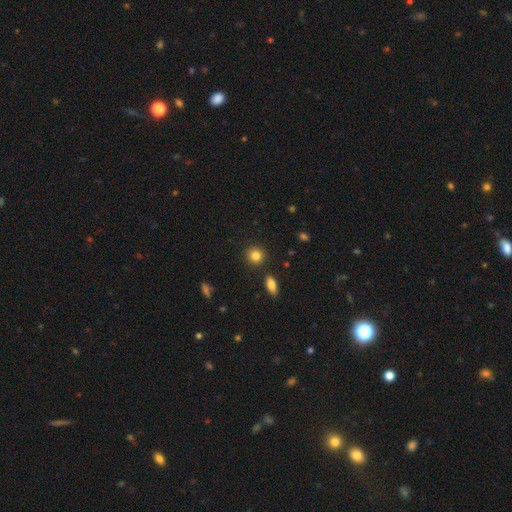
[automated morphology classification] smooth_or_featured: smooth (p=0.85) [alt: star or artifact p=0.10]
how_rounded: round (p=0.88) [alt: in between p=0.11]
merging: none (p=0.88) [alt: minor disturbance p=0.07]